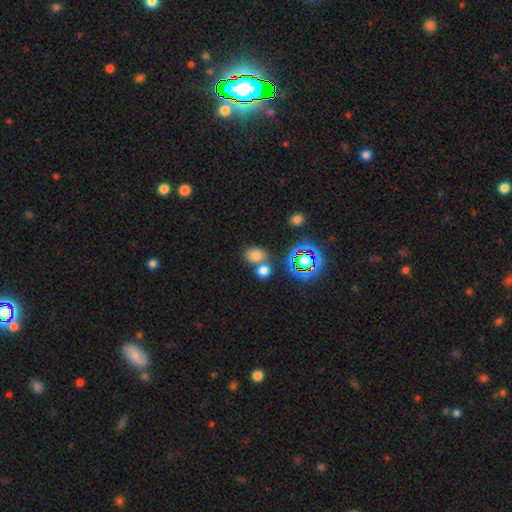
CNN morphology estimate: Q: Smooth or featured?
A: smooth (71%); runner-up: star or artifact (20%)
Q: How rounded?
A: round (51%); runner-up: in between (47%)
Q: Merging?
A: none (52%); runner-up: merger (35%)